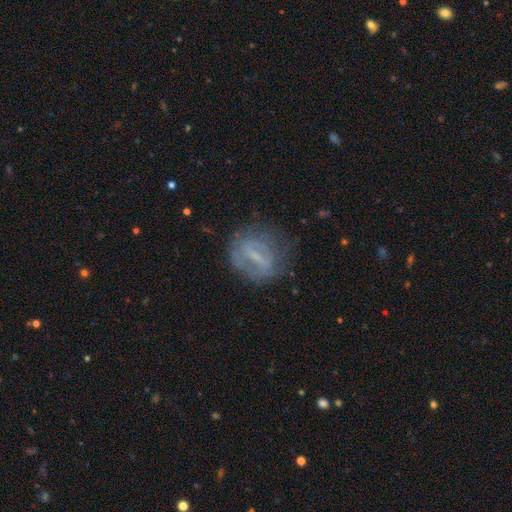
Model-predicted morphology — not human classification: type=featured or disk (63%); edge-on=no (90%); bar=strong (52%); spiral arms=no (50%, tied with yes); bulge=small (45%); merging=none (67%).